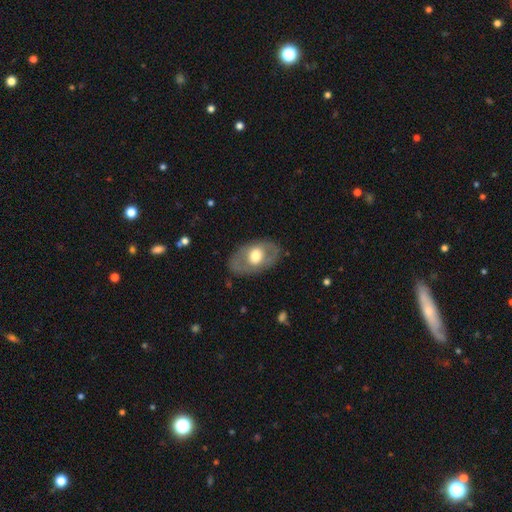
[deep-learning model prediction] A featured or disk galaxy (48%).

Vote fractions:
- Smooth or featured? featured or disk: 48% / smooth: 47% / star or artifact: 5%
- Merging? none: 80% / minor disturbance: 13% / major disturbance: 6% / merger: 1%